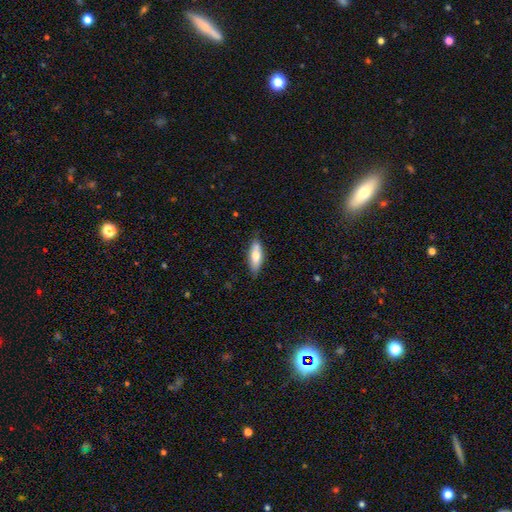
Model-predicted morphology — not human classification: Q: Smooth or featured?
A: smooth (70%); runner-up: featured or disk (23%)
Q: How rounded?
A: in between (59%); runner-up: cigar-shaped (39%)
Q: Merging?
A: none (83%); runner-up: minor disturbance (14%)